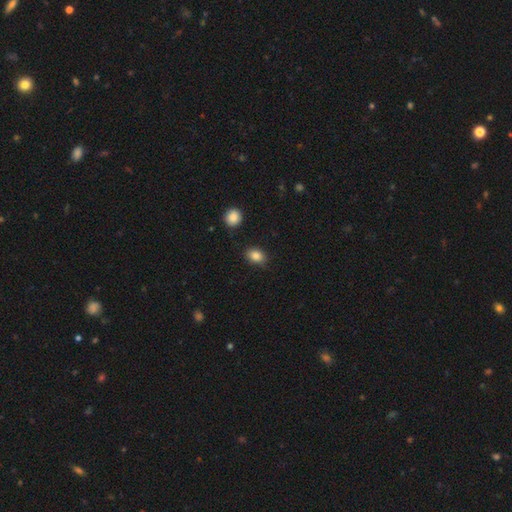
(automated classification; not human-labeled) Smooth or featured? smooth (86%)
How rounded? in between (68%)
Merging? none (83%)